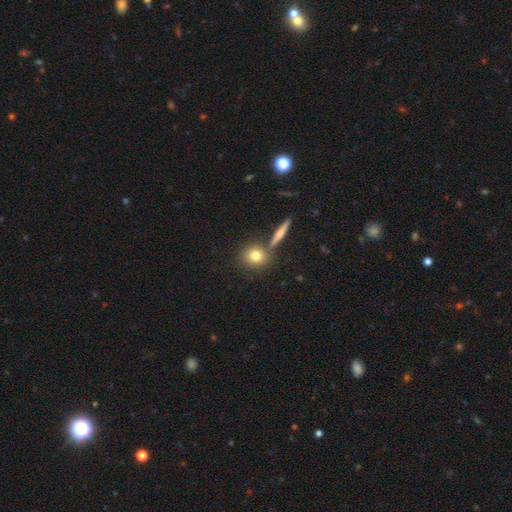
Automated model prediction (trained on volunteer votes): Smooth or featured?
  - smooth: 77% *
  - featured or disk: 13%
  - star or artifact: 9%
How rounded?
  - round: 80% *
  - in between: 17%
  - cigar-shaped: 3%
Merging?
  - none: 70% *
  - merger: 17%
  - minor disturbance: 9%
  - major disturbance: 3%